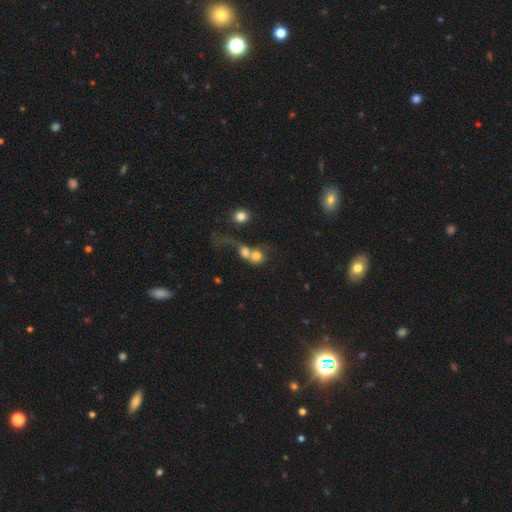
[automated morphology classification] type=smooth (66%); roundness=round (77%); merging=merger (70%).